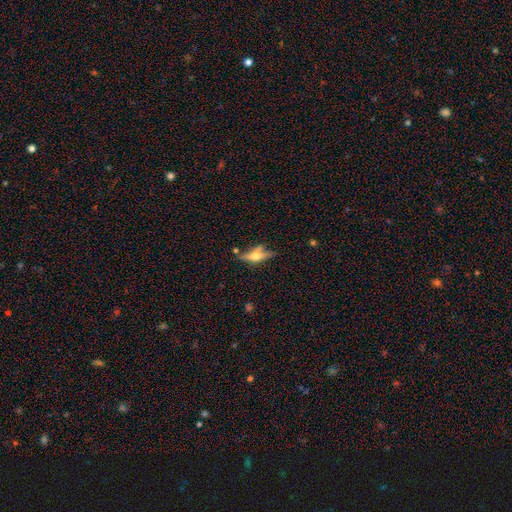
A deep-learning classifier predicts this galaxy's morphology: smooth_or_featured: featured or disk (p=0.56) [alt: smooth p=0.35]
disk_edge_on: yes (p=0.89) [alt: no p=0.11]
merging: none (p=0.64) [alt: minor disturbance p=0.18]